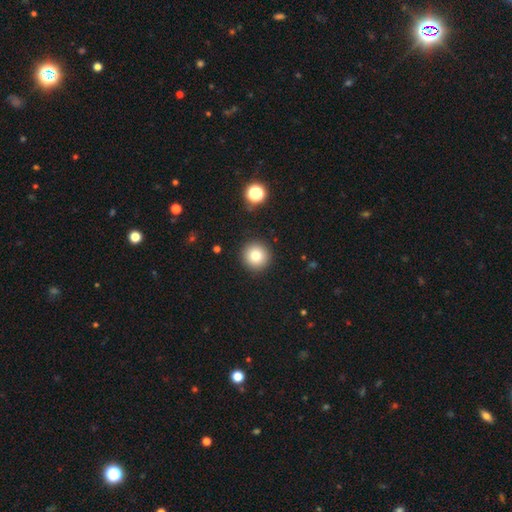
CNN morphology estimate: Smooth or featured? smooth (80%)
How rounded? round (95%)
Merging? none (91%)